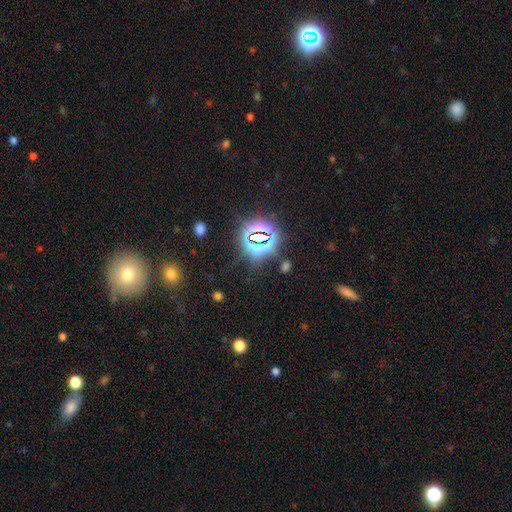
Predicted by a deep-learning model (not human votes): Q: Smooth or featured?
A: star or artifact (77%); runner-up: smooth (15%)